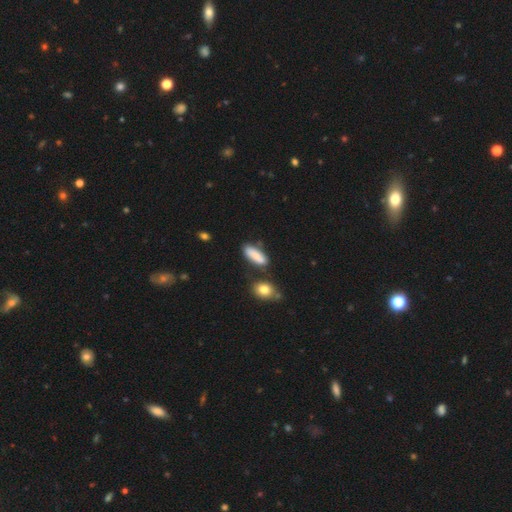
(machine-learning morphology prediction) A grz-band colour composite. It shows a smooth galaxy with no disk features (84%) that is in between round and cigar-shaped (61%). Merging: none (70%).